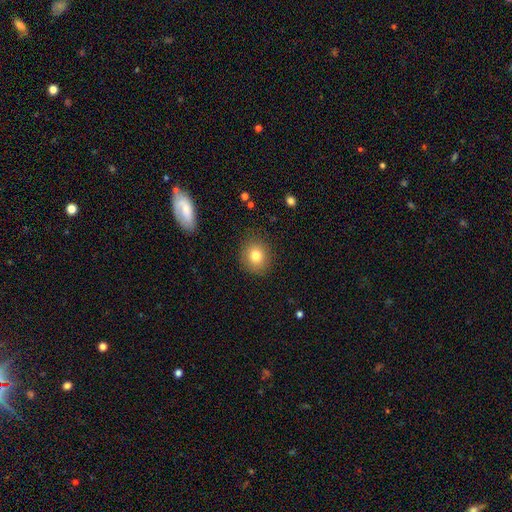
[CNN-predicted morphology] Q: Smooth or featured?
A: smooth (79%); runner-up: star or artifact (11%)
Q: How rounded?
A: round (82%); runner-up: in between (17%)
Q: Merging?
A: none (87%); runner-up: minor disturbance (9%)